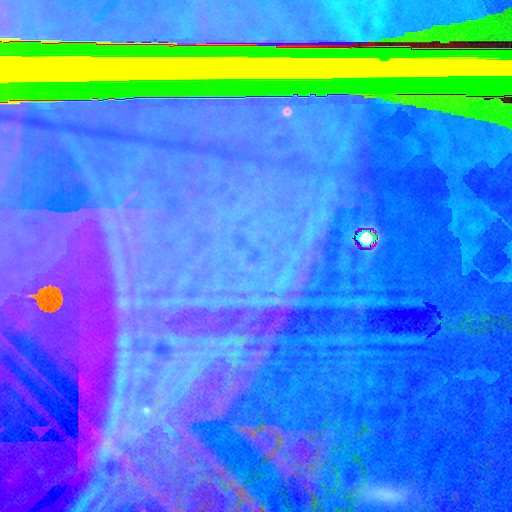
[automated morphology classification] Q: Smooth or featured?
A: star or artifact (87%); runner-up: featured or disk (7%)